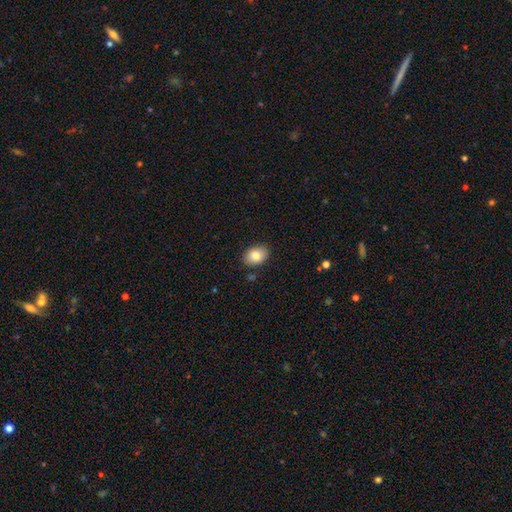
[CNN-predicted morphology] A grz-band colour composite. It shows a smooth galaxy with no disk features (83%) that is in between round and cigar-shaped (76%). Merging: none (86%).